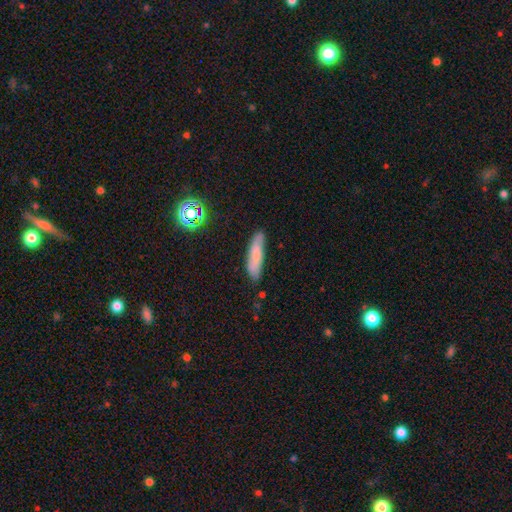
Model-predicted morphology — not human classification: The model was most divided on "smooth or featured": smooth: 70%, featured or disk: 19%, star or artifact: 10%. More confident: merging — none (78%); how rounded — cigar-shaped (78%).